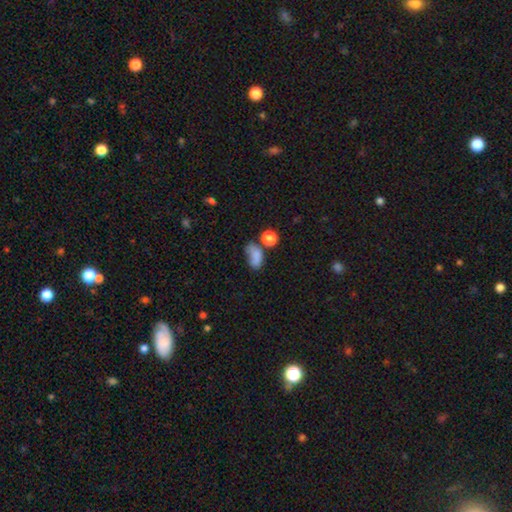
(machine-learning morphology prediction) smooth-or-featured: smooth: 77% | star or artifact: 12% | featured or disk: 11%
  how-rounded: in between: 83% | round: 14% | cigar-shaped: 3%
  merging: none: 35% | merger: 25% | minor disturbance: 23% | major disturbance: 17%